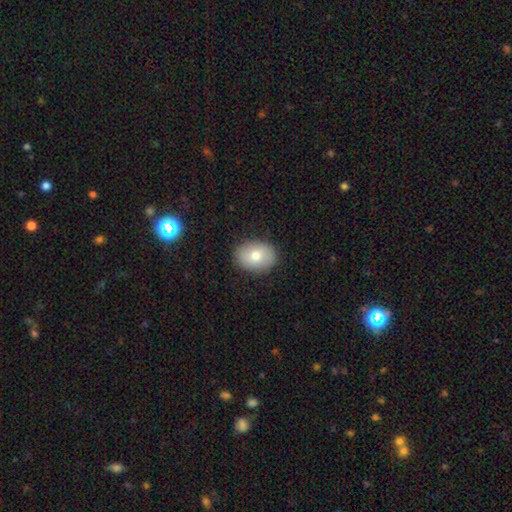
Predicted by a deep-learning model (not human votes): The model was most divided on "how rounded": in between: 64%, round: 35%, cigar-shaped: 1%. More confident: merging — none (87%); smooth or featured — smooth (74%).